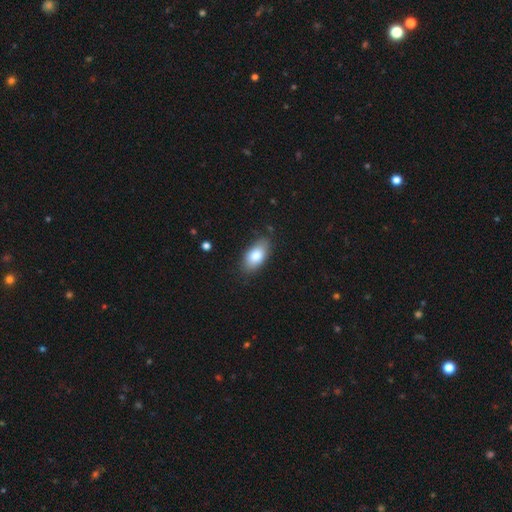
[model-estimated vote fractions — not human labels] smooth-or-featured: smooth: 82% | featured or disk: 12% | star or artifact: 6%
  how-rounded: in between: 92% | cigar-shaped: 5% | round: 3%
  merging: none: 82% | minor disturbance: 14% | major disturbance: 3% | merger: 1%